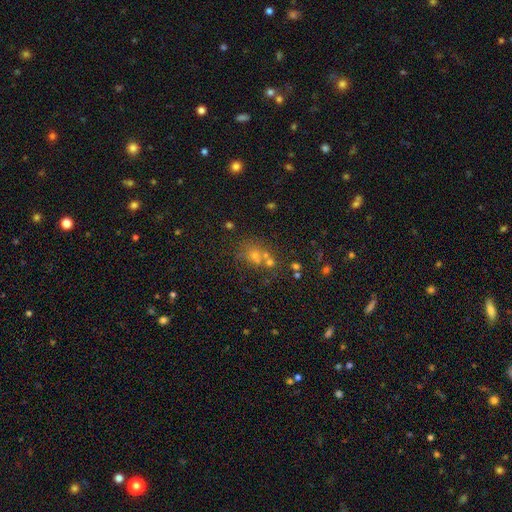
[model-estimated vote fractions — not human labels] Smooth or featured? smooth (49%)
Merging? none (54%)